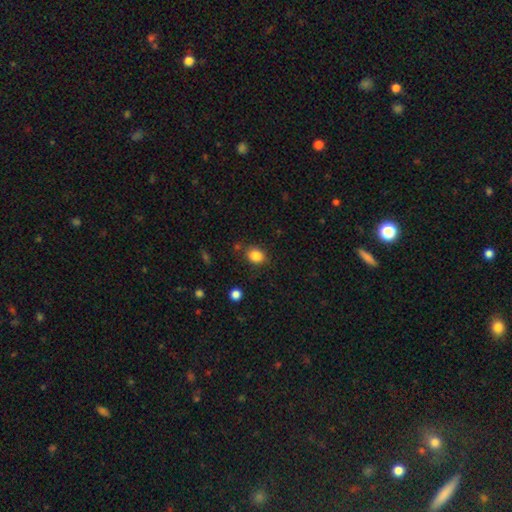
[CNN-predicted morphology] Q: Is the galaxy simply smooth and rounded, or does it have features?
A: smooth — 85%.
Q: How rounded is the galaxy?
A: round — 52%.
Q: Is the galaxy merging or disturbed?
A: none — 80%.